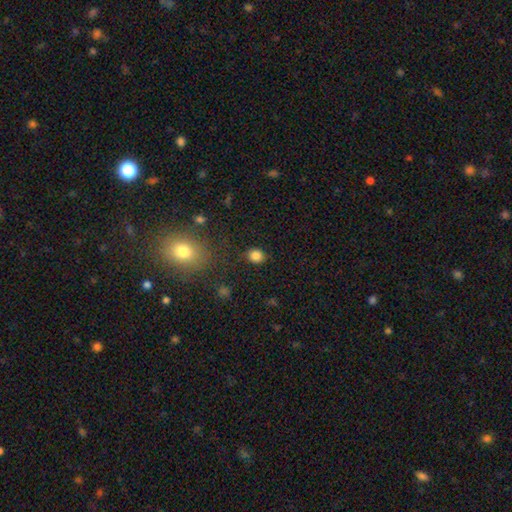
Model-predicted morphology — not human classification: smooth 84%, star or artifact 12%, featured or disk 4%. Down the decision tree: how rounded — round (72%); merging — none (84%).